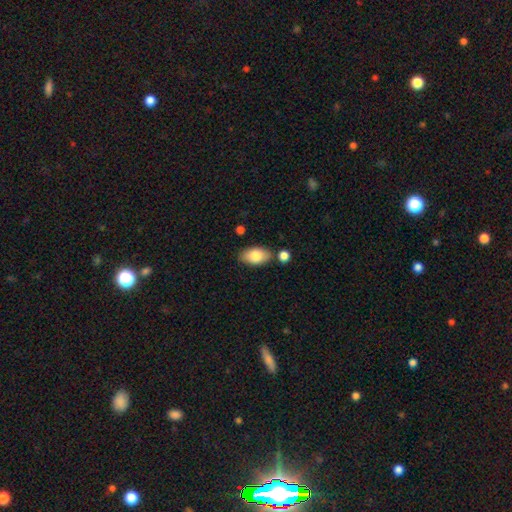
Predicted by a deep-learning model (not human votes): This appears to be a smooth galaxy with no disk features (82%) that is in between round and cigar-shaped (94%). Merging: none (78%).